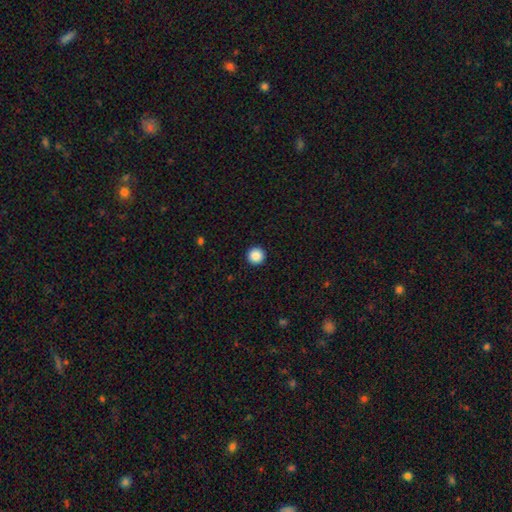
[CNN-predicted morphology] This appears to be a smooth galaxy with no disk features (88%) that is round (97%). Merging: none (94%).